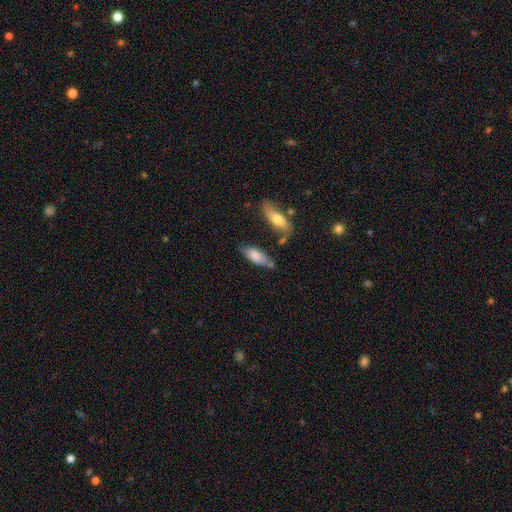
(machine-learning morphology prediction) A smooth galaxy with no disk features (78%) that is in between round and cigar-shaped (70%). Merging: none (59%).